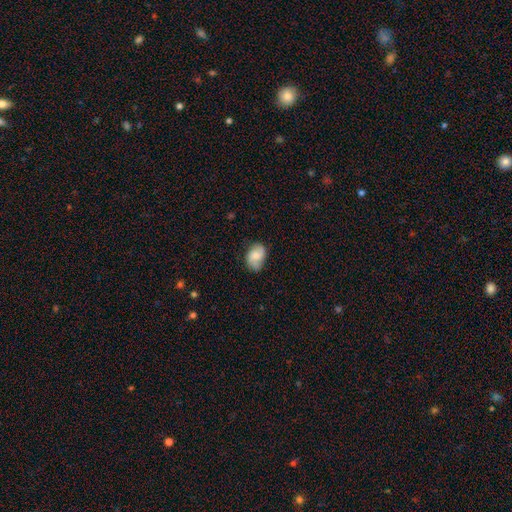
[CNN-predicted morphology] A smooth galaxy with no disk features (53%) that is in between round and cigar-shaped (79%).

Vote fractions:
- Smooth or featured? smooth: 53% / featured or disk: 39% / star or artifact: 8%
- How rounded? in between: 79% / round: 19% / cigar-shaped: 1%
- Merging? none: 70% / minor disturbance: 23% / major disturbance: 6% / merger: 1%